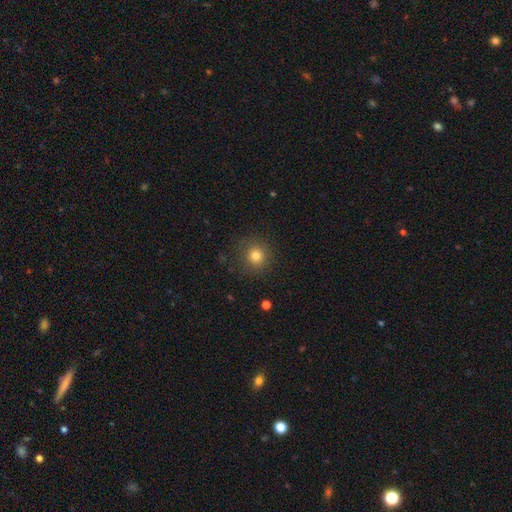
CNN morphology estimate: type=smooth (80%); roundness=round (93%); merging=none (87%).